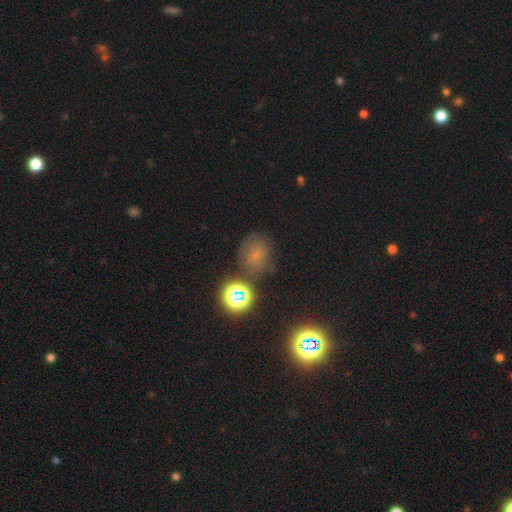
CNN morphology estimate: smooth_or_featured: smooth (p=0.50) [alt: star or artifact p=0.32]
how_rounded: round (p=0.69) [alt: in between p=0.30]
merging: none (p=0.70) [alt: minor disturbance p=0.18]